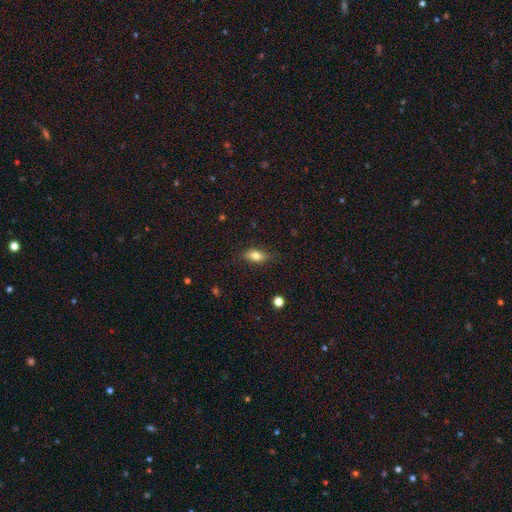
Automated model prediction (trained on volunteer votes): Smooth or featured? Predicted: smooth (p=0.77). How rounded? Predicted: in between (p=0.84). Merging? Predicted: none (p=0.81).